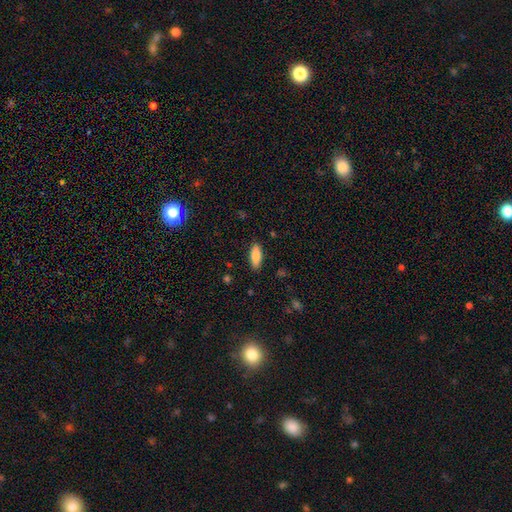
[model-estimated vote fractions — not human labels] Q: Smooth or featured?
A: smooth (84%); runner-up: featured or disk (10%)
Q: How rounded?
A: in between (70%); runner-up: cigar-shaped (29%)
Q: Merging?
A: none (87%); runner-up: minor disturbance (10%)